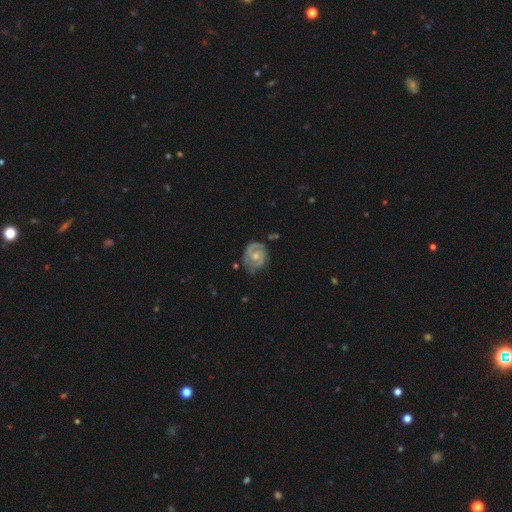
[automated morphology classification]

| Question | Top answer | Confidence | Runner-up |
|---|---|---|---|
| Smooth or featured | featured or disk | 80% | smooth (15%) |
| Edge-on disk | no | 98% | yes (2%) |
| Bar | no | 64% | weak (31%) |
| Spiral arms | yes | 90% | no (10%) |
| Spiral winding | tight | 59% | medium (32%) |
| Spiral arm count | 2 | 62% | can't tell (17%) |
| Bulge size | moderate | 56% | small (37%) |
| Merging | none | 66% | minor disturbance (24%) |